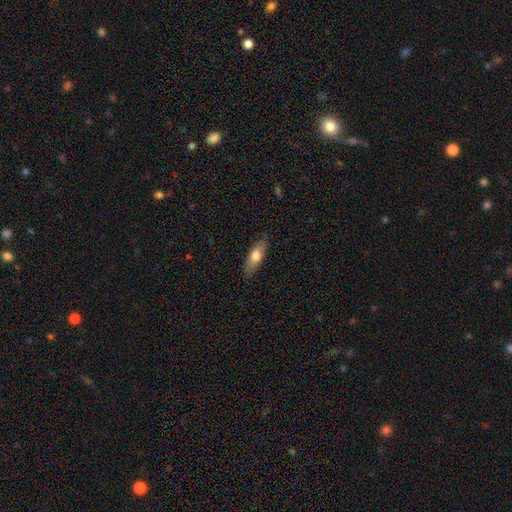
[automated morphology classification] smooth 70%, featured or disk 24%, star or artifact 6%. Down the decision tree: how rounded — in between (60%); merging — none (85%).